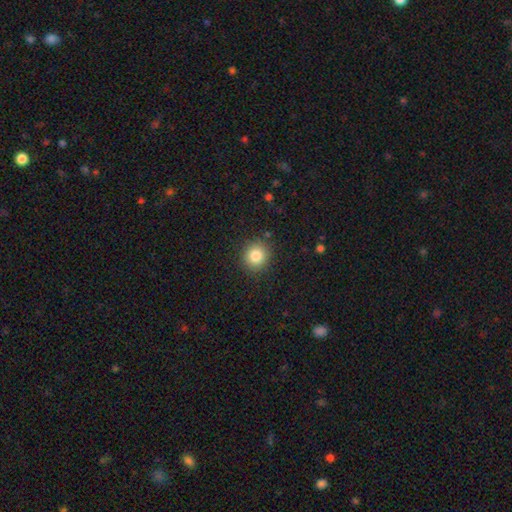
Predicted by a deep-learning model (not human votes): A smooth galaxy with no disk features (83%) that is round (87%).

Vote fractions:
- Smooth or featured? smooth: 83% / star or artifact: 11% / featured or disk: 7%
- How rounded? round: 87% / in between: 12% / cigar-shaped: 1%
- Merging? none: 89% / minor disturbance: 7% / major disturbance: 2% / merger: 1%